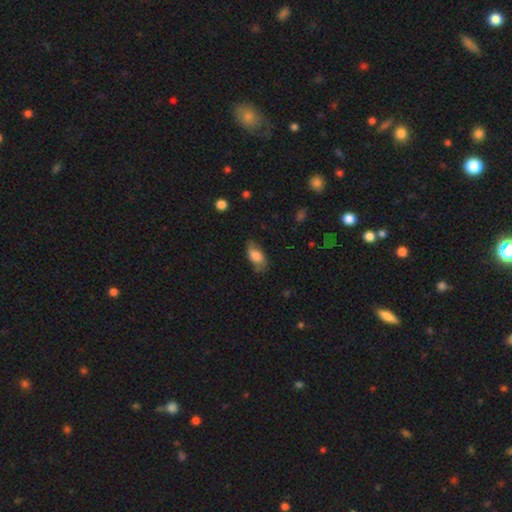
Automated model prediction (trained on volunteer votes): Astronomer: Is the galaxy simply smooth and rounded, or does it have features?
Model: smooth — 72%.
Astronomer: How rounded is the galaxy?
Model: in between — 89%.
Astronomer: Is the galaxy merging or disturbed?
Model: none — 69%.